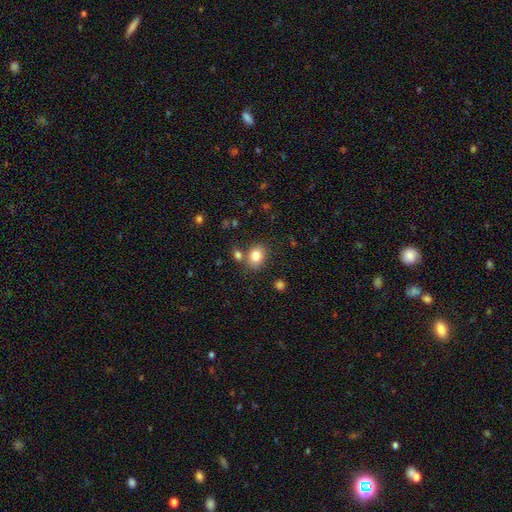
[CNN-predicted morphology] Smooth or featured? smooth (82%)
How rounded? round (52%)
Merging? none (71%)